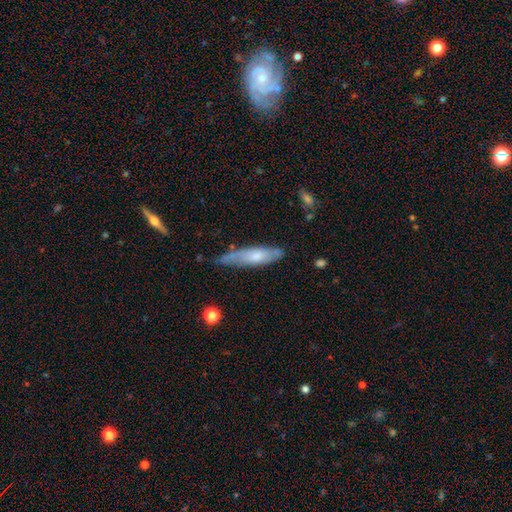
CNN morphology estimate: Smooth or featured? Predicted: smooth (p=0.52). How rounded? Predicted: cigar-shaped (p=0.72). Merging? Predicted: none (p=0.57).